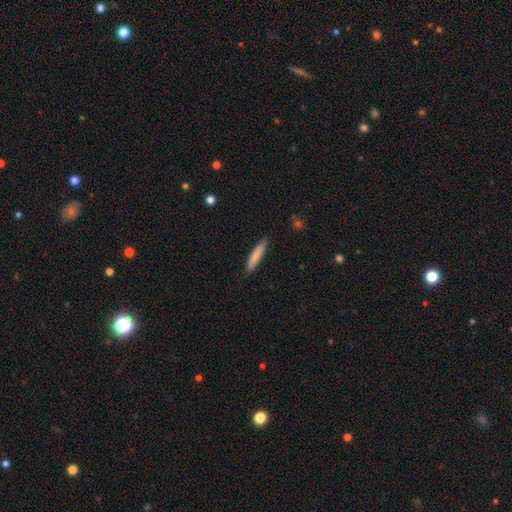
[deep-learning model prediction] Smooth or featured? Predicted: smooth (p=0.80). How rounded? Predicted: cigar-shaped (p=0.91). Merging? Predicted: none (p=0.87).